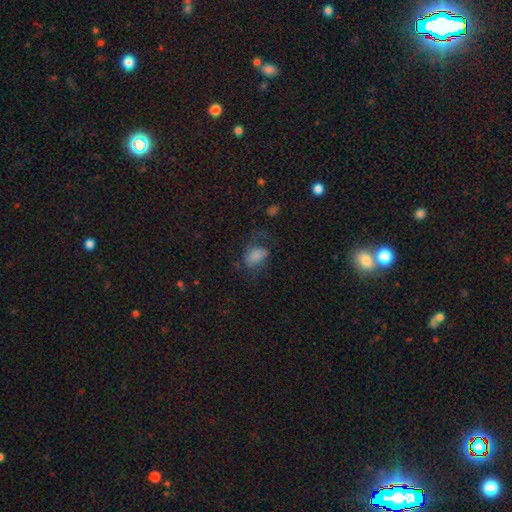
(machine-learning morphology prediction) smooth 68%, featured or disk 22%, star or artifact 11%. Down the decision tree: how rounded — in between (82%); merging — major disturbance (38%).